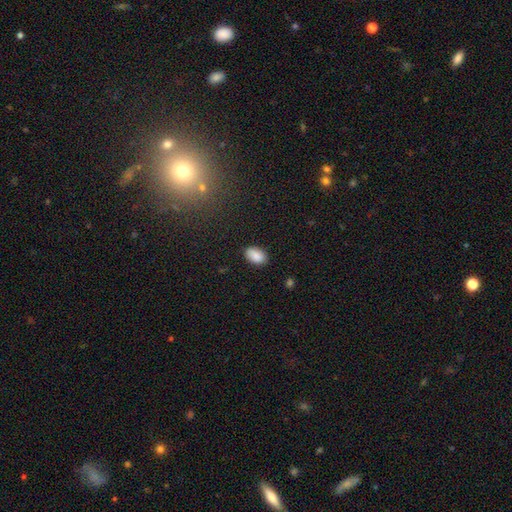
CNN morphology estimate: Smooth or featured? smooth (87%)
How rounded? in between (91%)
Merging? none (83%)